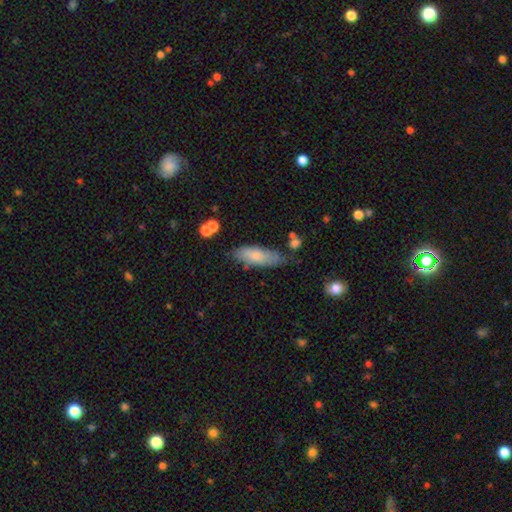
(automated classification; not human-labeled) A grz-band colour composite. It shows a smooth galaxy with no disk features (74%) that is in between round and cigar-shaped (65%). Merging: none (64%).